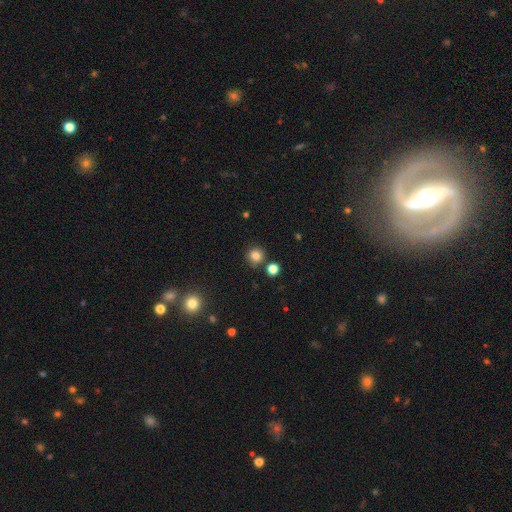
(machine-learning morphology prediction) smooth-or-featured: smooth: 82% | star or artifact: 13% | featured or disk: 6%
  how-rounded: round: 91% | in between: 8% | cigar-shaped: 1%
  merging: none: 81% | minor disturbance: 9% | merger: 7% | major disturbance: 3%